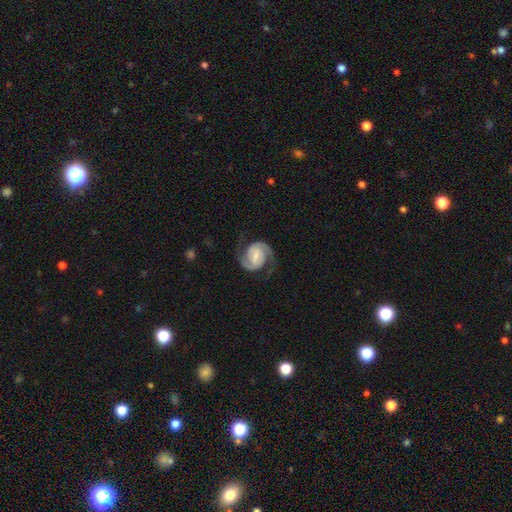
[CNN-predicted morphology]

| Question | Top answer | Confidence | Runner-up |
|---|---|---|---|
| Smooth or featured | featured or disk | 90% | smooth (6%) |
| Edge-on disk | no | 98% | yes (2%) |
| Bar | weak | 48% | no (26%) |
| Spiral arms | yes | 98% | no (2%) |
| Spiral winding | medium | 51% | tight (34%) |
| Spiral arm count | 2 | 94% | can't tell (2%) |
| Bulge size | small | 46% | moderate (34%) |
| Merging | none | 77% | minor disturbance (13%) |